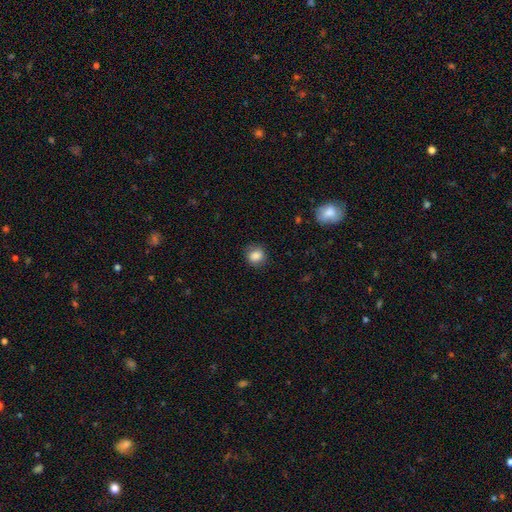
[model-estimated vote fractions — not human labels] Overall: smooth (86%). How rounded: round (75%). Merging: none (82%).